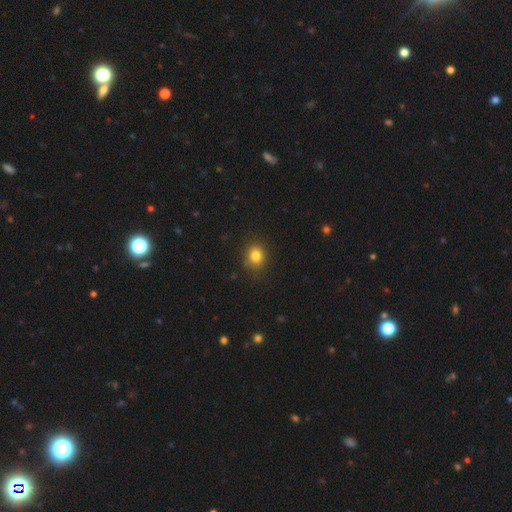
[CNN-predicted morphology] smooth-or-featured: smooth: 82% | star or artifact: 12% | featured or disk: 6%
  how-rounded: round: 67% | in between: 32% | cigar-shaped: 1%
  merging: none: 86% | minor disturbance: 10% | major disturbance: 3% | merger: 1%